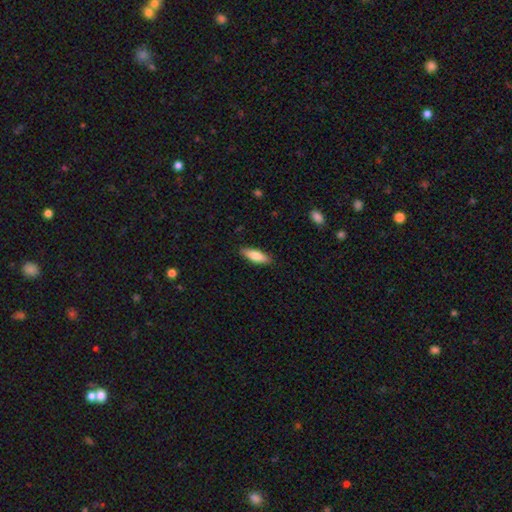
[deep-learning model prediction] Q: Smooth or featured?
A: smooth (79%); runner-up: featured or disk (15%)
Q: How rounded?
A: in between (54%); runner-up: cigar-shaped (44%)
Q: Merging?
A: none (88%); runner-up: minor disturbance (9%)